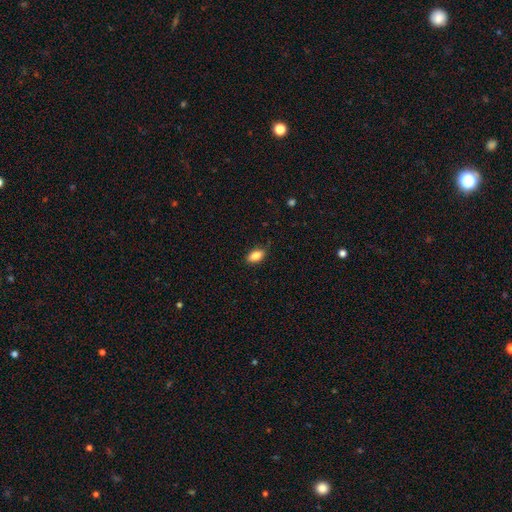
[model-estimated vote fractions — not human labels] smooth_or_featured: smooth (p=0.85) [alt: star or artifact p=0.08]
how_rounded: in between (p=0.89) [alt: round p=0.06]
merging: none (p=0.83) [alt: minor disturbance p=0.14]